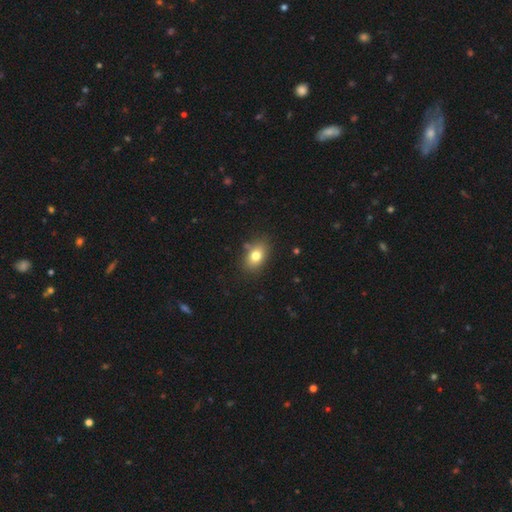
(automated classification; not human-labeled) smooth-or-featured: smooth: 78% | featured or disk: 12% | star or artifact: 10%
  how-rounded: in between: 80% | round: 18% | cigar-shaped: 2%
  merging: none: 80% | minor disturbance: 13% | major disturbance: 3% | merger: 3%